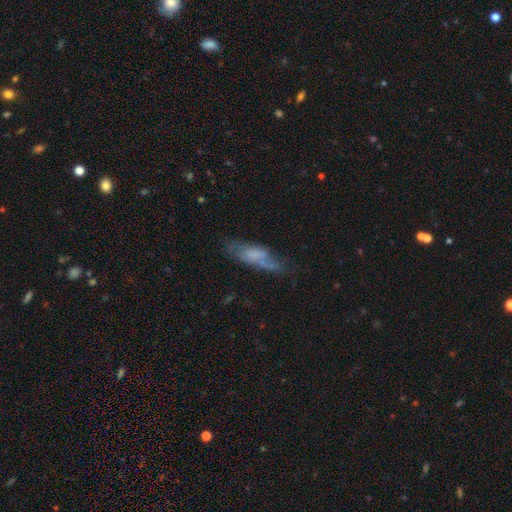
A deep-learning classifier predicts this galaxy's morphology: Smooth or featured: smooth — 52% (featured or disk — 38%)
How rounded: in between — 49% (cigar-shaped — 48%)
Merging: none — 46% (minor disturbance — 28%)